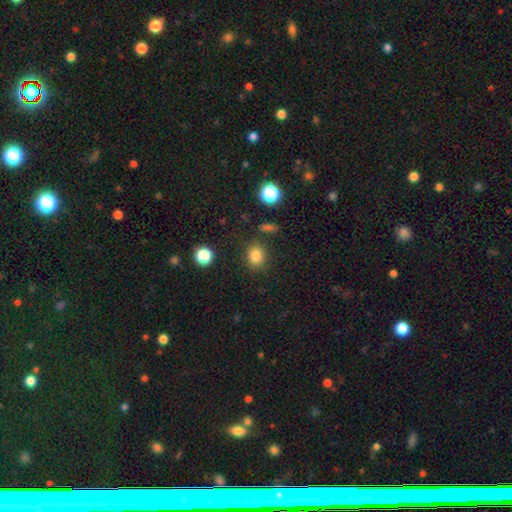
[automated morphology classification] A smooth galaxy with no disk features (82%) that is round (64%). Merging: none (83%).